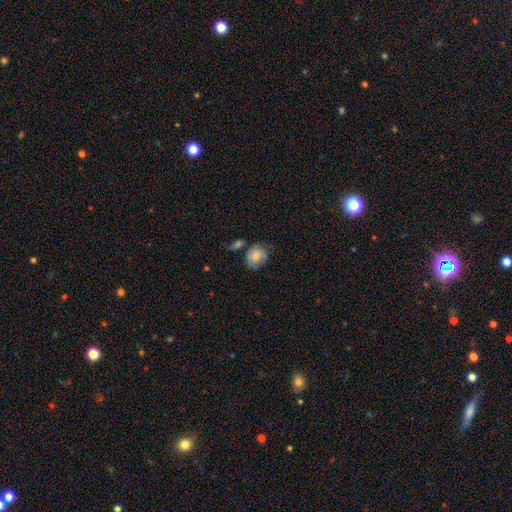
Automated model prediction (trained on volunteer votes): Smooth or featured: smooth — 71% (featured or disk — 21%)
How rounded: round — 61% (in between — 37%)
Merging: none — 49% (minor disturbance — 27%)